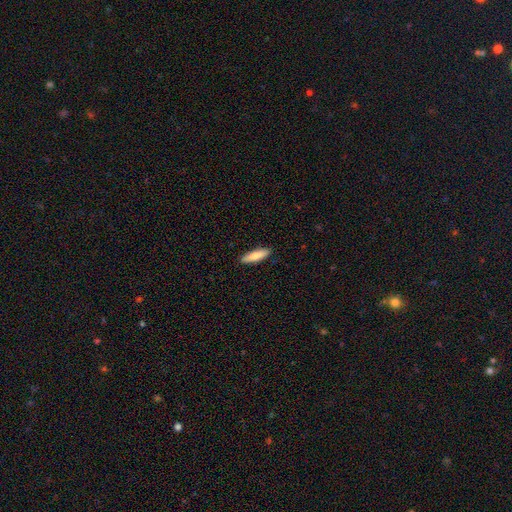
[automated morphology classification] A smooth galaxy with no disk features (83%) that is cigar-shaped (67%).

Vote fractions:
- Smooth or featured? smooth: 83% / featured or disk: 11% / star or artifact: 5%
- How rounded? cigar-shaped: 67% / in between: 31% / round: 1%
- Merging? none: 91% / minor disturbance: 7% / major disturbance: 1% / merger: 1%